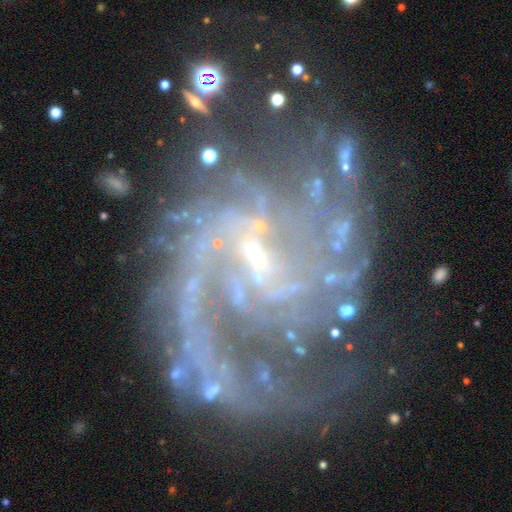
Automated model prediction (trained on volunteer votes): featured or disk 89%, star or artifact 8%, smooth 4%. Down the decision tree: edge-on disk — no (98%); bar — weak (52%); spiral arms — yes (96%); spiral arm count — 2 (50%); spiral winding — medium (49%); bulge size — small (74%); merging — none (62%).